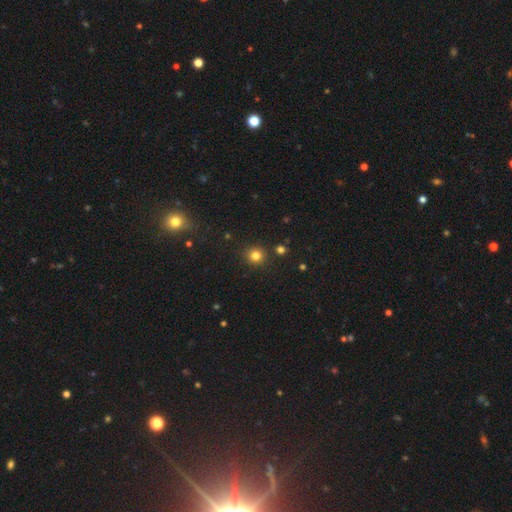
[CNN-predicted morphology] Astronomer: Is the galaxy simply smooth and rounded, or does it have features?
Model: smooth — 81%.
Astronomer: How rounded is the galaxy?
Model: round — 92%.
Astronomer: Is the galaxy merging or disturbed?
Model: none — 89%.